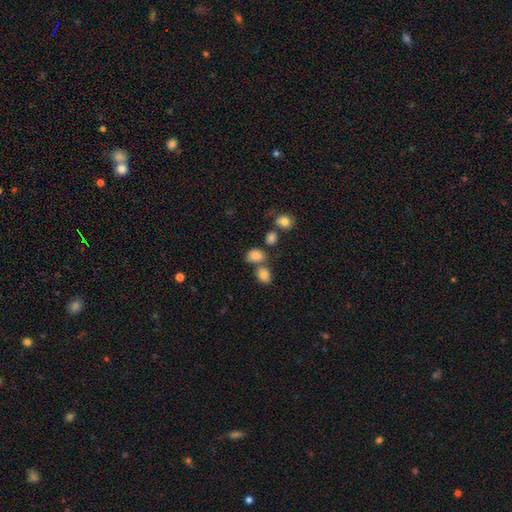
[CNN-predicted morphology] smooth-or-featured: smooth: 80% | star or artifact: 12% | featured or disk: 8%
  how-rounded: in between: 58% | round: 41% | cigar-shaped: 1%
  merging: none: 54% | merger: 30% | minor disturbance: 12% | major disturbance: 4%